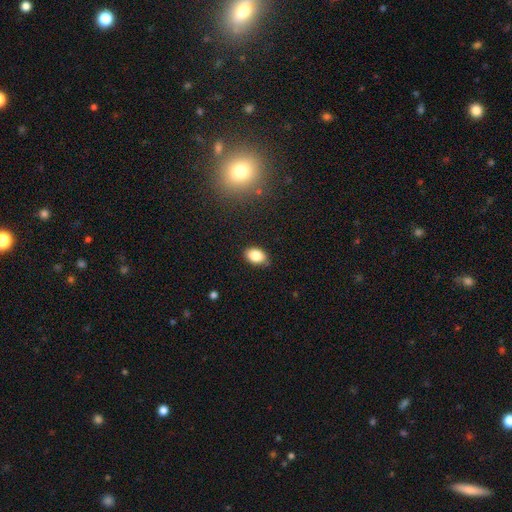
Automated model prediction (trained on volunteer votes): A smooth galaxy with no disk features (85%) that is in between round and cigar-shaped (87%). Merging: none (83%).